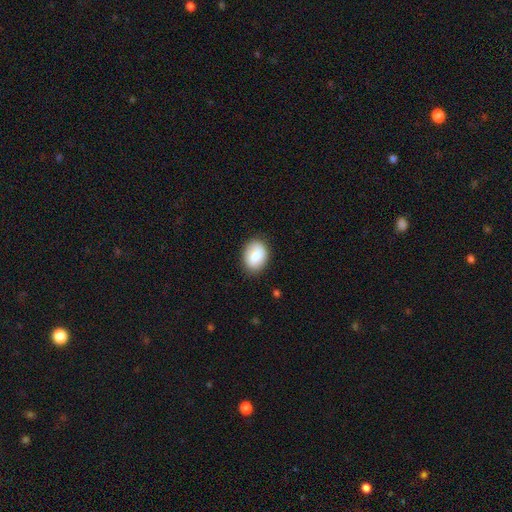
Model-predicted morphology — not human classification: Smooth or featured? Predicted: smooth (p=0.82). How rounded? Predicted: in between (p=0.69). Merging? Predicted: none (p=0.84).